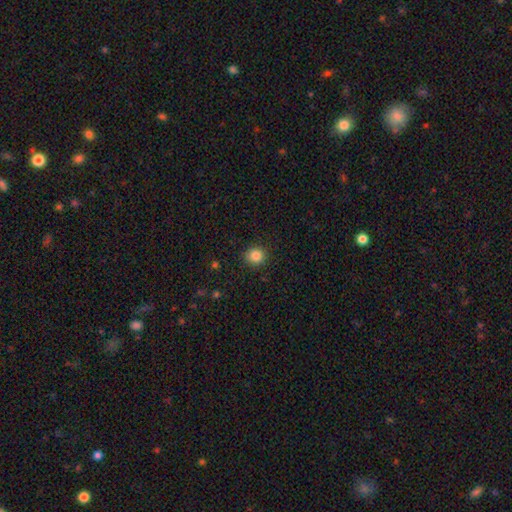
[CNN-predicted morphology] A smooth galaxy with no disk features (85%) that is round (86%).

Vote fractions:
- Smooth or featured? smooth: 85% / star or artifact: 11% / featured or disk: 4%
- How rounded? round: 86% / in between: 13% / cigar-shaped: 1%
- Merging? none: 90% / minor disturbance: 7% / major disturbance: 2% / merger: 1%